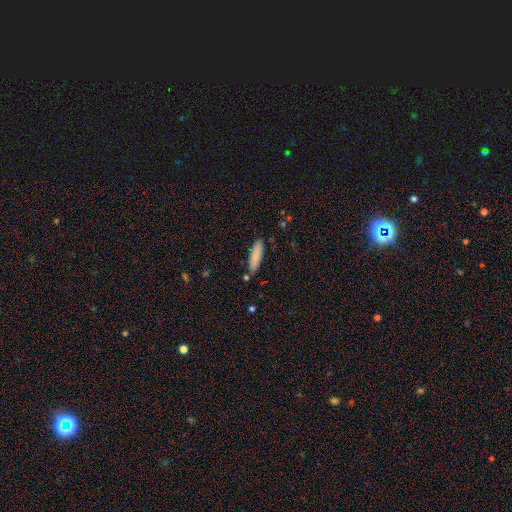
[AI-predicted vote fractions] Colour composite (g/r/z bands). It shows a smooth galaxy with no disk features (85%) that is cigar-shaped (68%). Merging: none (81%).